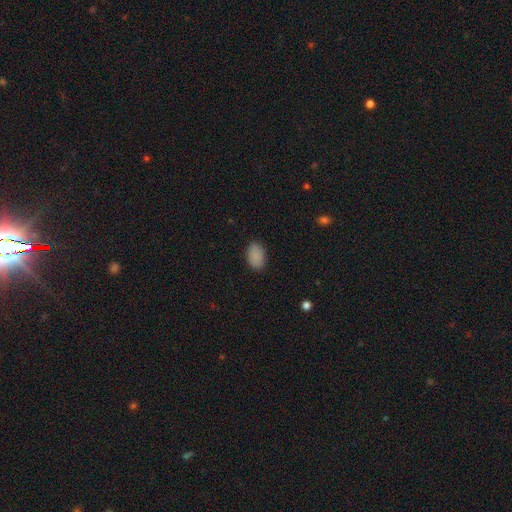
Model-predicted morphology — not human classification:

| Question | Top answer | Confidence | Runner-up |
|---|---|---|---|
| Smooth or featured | smooth | 88% | star or artifact (9%) |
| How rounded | in between | 90% | round (9%) |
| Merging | none | 86% | minor disturbance (11%) |